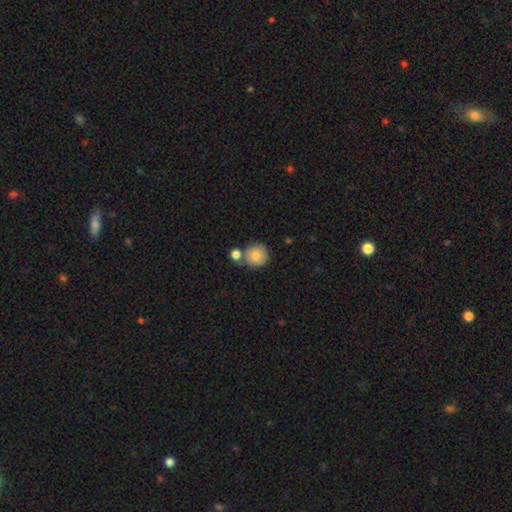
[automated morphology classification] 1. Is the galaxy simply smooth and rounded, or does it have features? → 79% smooth, 12% featured or disk, 8% star or artifact.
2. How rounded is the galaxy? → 91% round, 8% in between, 1% cigar-shaped.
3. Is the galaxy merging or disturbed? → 57% none, 26% merger, 13% minor disturbance, 4% major disturbance.